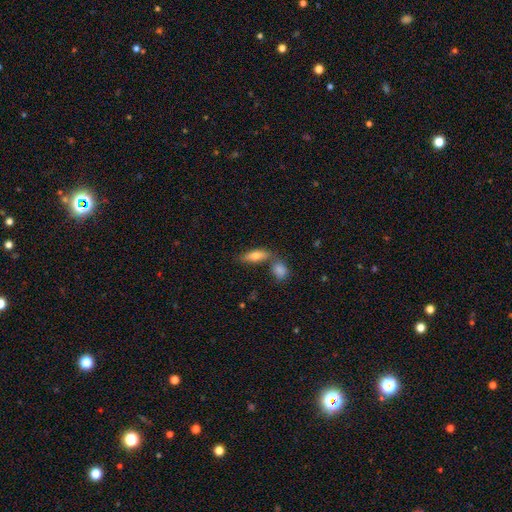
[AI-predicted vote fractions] This appears to be a smooth galaxy with no disk features (73%) that is in between round and cigar-shaped (69%). Merging: none (54%).